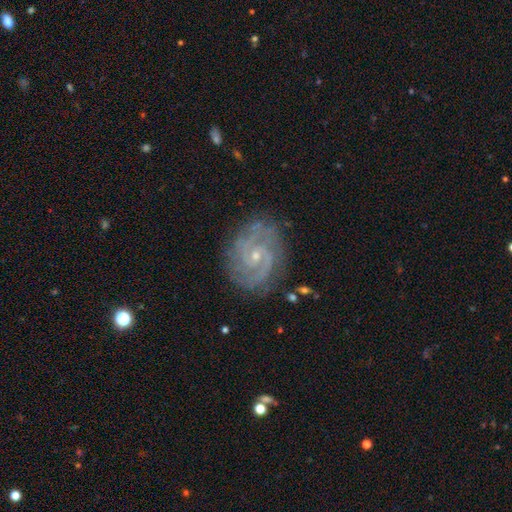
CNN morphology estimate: Q: Smooth or featured?
A: featured or disk (89%); runner-up: star or artifact (6%)
Q: Edge-on disk?
A: no (98%); runner-up: yes (2%)
Q: Bar?
A: no (56%); runner-up: weak (36%)
Q: Spiral arms?
A: yes (98%); runner-up: no (2%)
Q: Spiral winding?
A: tight (55%); runner-up: medium (38%)
Q: Spiral arm count?
A: 2 (61%); runner-up: 3 (14%)
Q: Bulge size?
A: small (77%); runner-up: moderate (20%)
Q: Merging?
A: none (80%); runner-up: minor disturbance (14%)